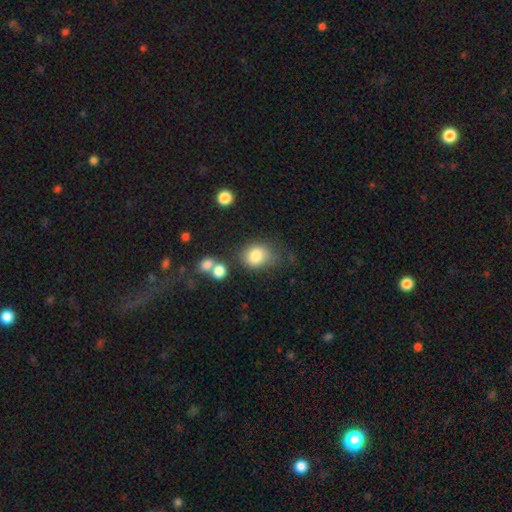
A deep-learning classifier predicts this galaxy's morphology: A smooth galaxy with no disk features (81%) that is round (51%). Merging: none (51%).